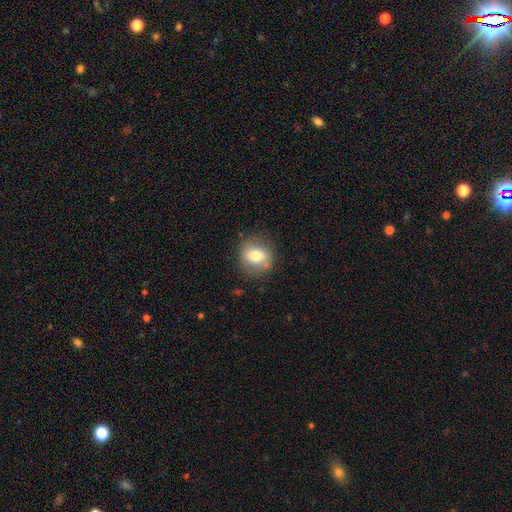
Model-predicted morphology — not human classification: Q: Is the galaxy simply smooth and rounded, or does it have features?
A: smooth — 68%.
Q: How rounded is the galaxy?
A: round — 76%.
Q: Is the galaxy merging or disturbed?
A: none — 79%.